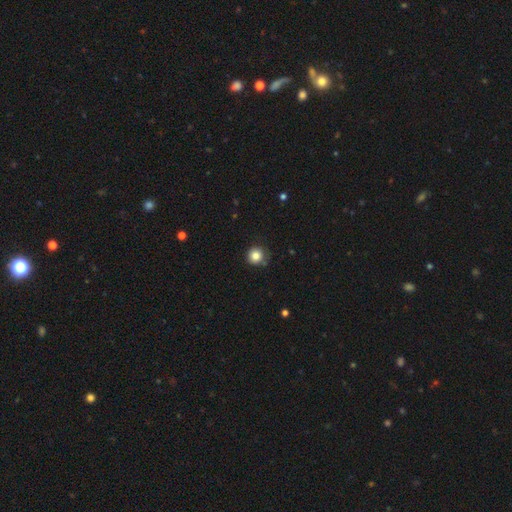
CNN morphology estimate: A smooth galaxy with no disk features (83%) that is round (94%).

Vote fractions:
- Smooth or featured? smooth: 83% / star or artifact: 11% / featured or disk: 6%
- How rounded? round: 94% / in between: 5% / cigar-shaped: 1%
- Merging? none: 83% / minor disturbance: 12% / major disturbance: 3% / merger: 2%